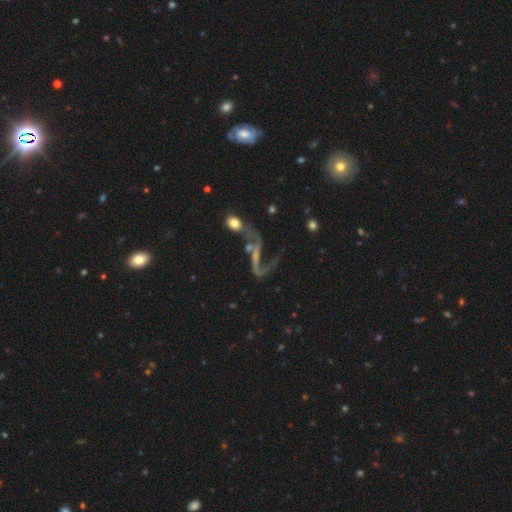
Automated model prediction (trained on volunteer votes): A featured or disk galaxy (76%) with no bar (41%), 2 (77%) loose (84%) spiral arms (82%) and a small central bulge (46%).

Vote fractions:
- Smooth or featured? featured or disk: 76% / star or artifact: 13% / smooth: 11%
- Edge-on disk? no: 92% / yes: 8%
- Bar? no: 41% / weak: 33% / strong: 26%
- Spiral arms? yes: 82% / no: 18%
- Spiral winding? loose: 84% / medium: 12% / tight: 4%
- Spiral arm count? 2: 77% / 1: 15% / can't tell: 4% / 3: 2% / 4: 1% / more than 4: 1%
- Bulge size? small: 46% / none: 36% / moderate: 14% / large: 2% / dominant: 2%
- Merging? none: 31% / merger: 29% / major disturbance: 26% / minor disturbance: 14%